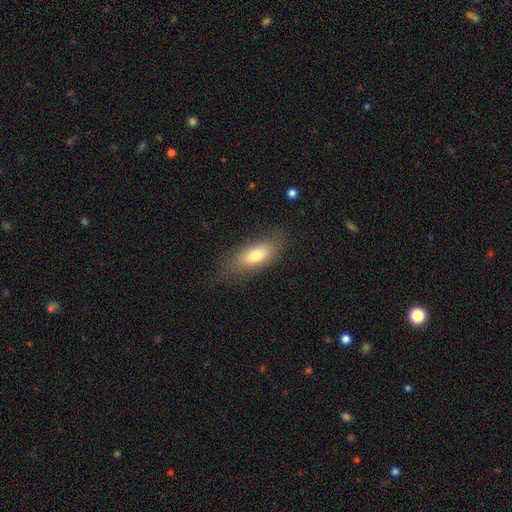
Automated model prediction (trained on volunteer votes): This is likely a smooth galaxy (74%). How rounded: likely in between (77%). Merging: likely none (73%).